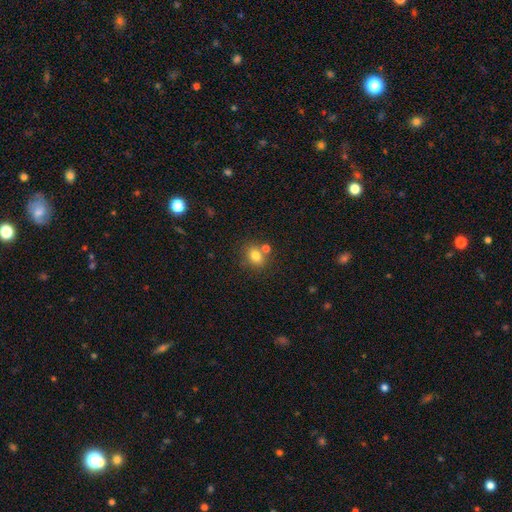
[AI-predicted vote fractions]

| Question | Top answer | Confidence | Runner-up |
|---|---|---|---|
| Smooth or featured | smooth | 79% | star or artifact (12%) |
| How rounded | round | 51% | in between (48%) |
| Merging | none | 65% | merger (20%) |